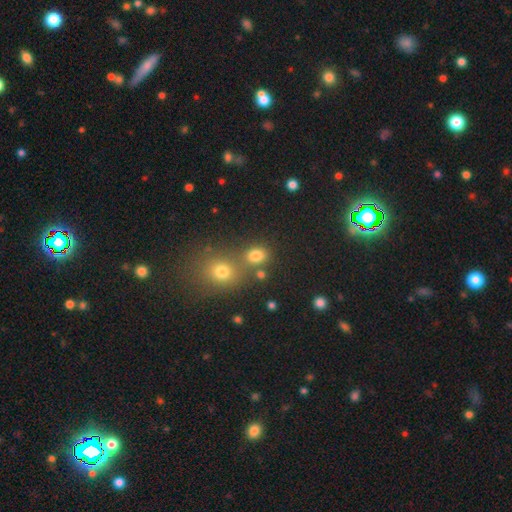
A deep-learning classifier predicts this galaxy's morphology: This is likely a smooth galaxy (77%). How rounded: possibly round (59%). Merging: possibly none (59%).